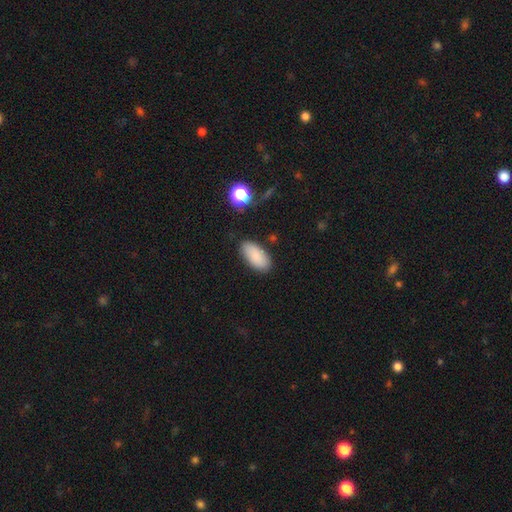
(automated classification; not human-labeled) Smooth or featured? smooth (87%)
How rounded? in between (92%)
Merging? none (82%)